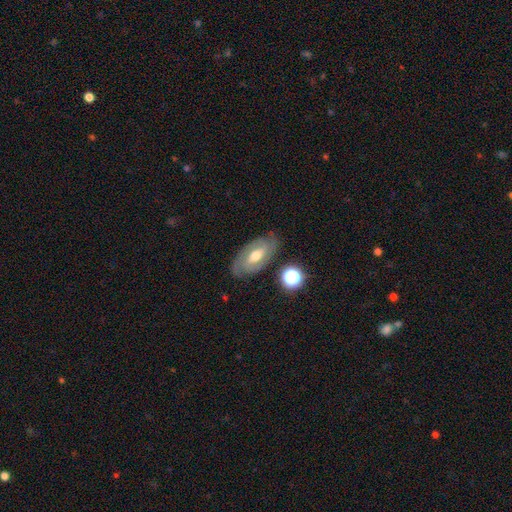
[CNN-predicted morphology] A featured or disk galaxy (69%) with a weak bar (43%), 2 (69%) tight (53%) spiral arms (82%) and a moderate central bulge (71%). Merging: none (79%).